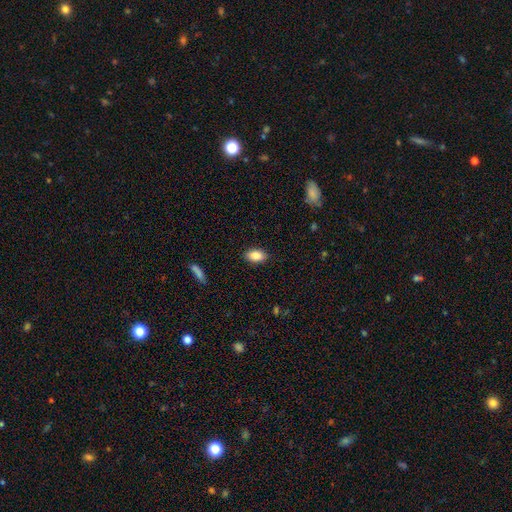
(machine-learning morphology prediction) Smooth or featured?
  - smooth: 87% *
  - star or artifact: 7%
  - featured or disk: 6%
How rounded?
  - in between: 91% *
  - round: 6%
  - cigar-shaped: 3%
Merging?
  - none: 87% *
  - minor disturbance: 9%
  - major disturbance: 2%
  - merger: 1%